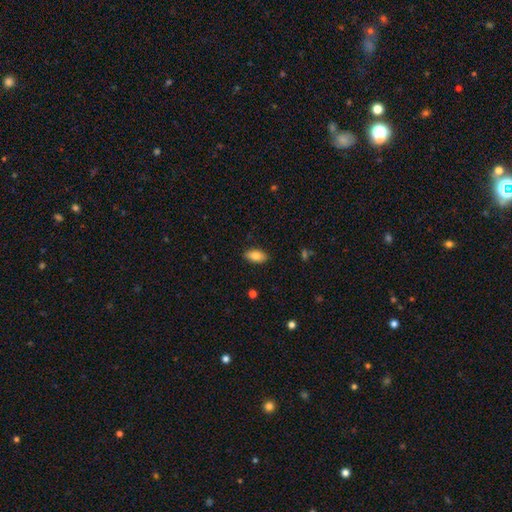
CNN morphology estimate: This is clearly a smooth galaxy (84%). How rounded: clearly in between (91%). Merging: clearly none (88%).